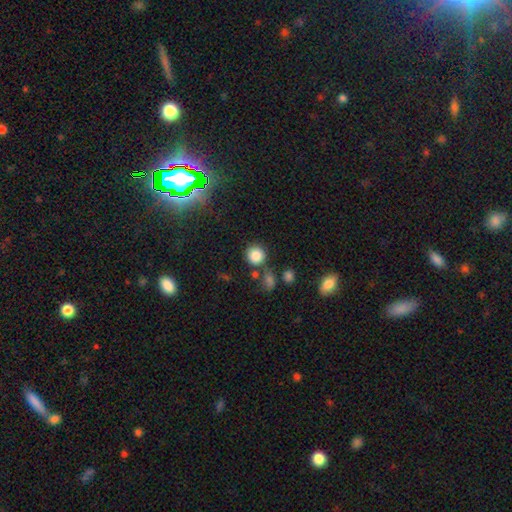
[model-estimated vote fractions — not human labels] A smooth galaxy with no disk features (83%) that is round (90%). Merging: none (74%).